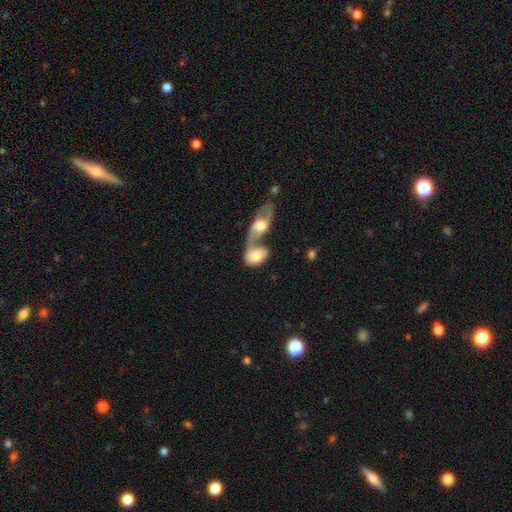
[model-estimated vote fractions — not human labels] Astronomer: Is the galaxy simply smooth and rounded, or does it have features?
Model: smooth — 58% (runner-up: featured or disk, 36%).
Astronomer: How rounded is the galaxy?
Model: in between — 83%.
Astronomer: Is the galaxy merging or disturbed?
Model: merger — 74%.